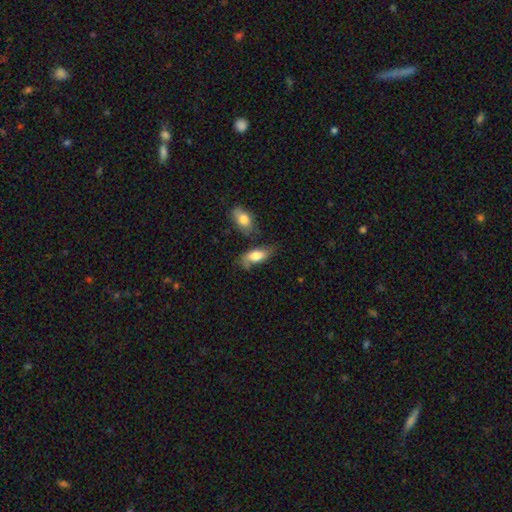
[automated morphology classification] Smooth or featured?
  - smooth: 71% *
  - featured or disk: 22%
  - star or artifact: 7%
How rounded?
  - in between: 87% *
  - cigar-shaped: 9%
  - round: 4%
Merging?
  - none: 46% *
  - minor disturbance: 29%
  - major disturbance: 14%
  - merger: 11%